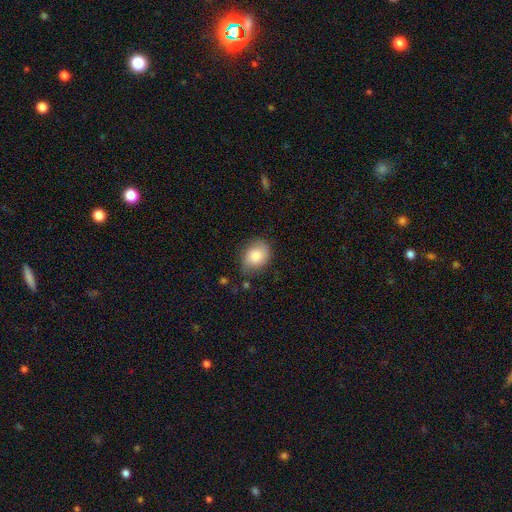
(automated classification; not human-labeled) smooth-or-featured: smooth: 82% | featured or disk: 11% | star or artifact: 7%
  how-rounded: in between: 67% | round: 32% | cigar-shaped: 1%
  merging: none: 69% | minor disturbance: 24% | major disturbance: 5% | merger: 2%